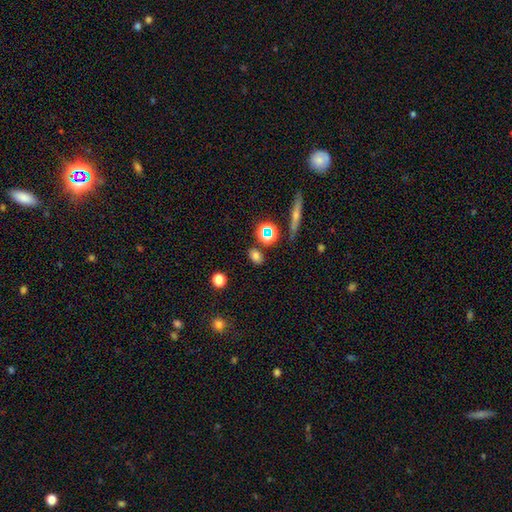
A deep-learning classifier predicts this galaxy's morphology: Overall: smooth (74%). How rounded: in between (73%). Merging: none (82%).